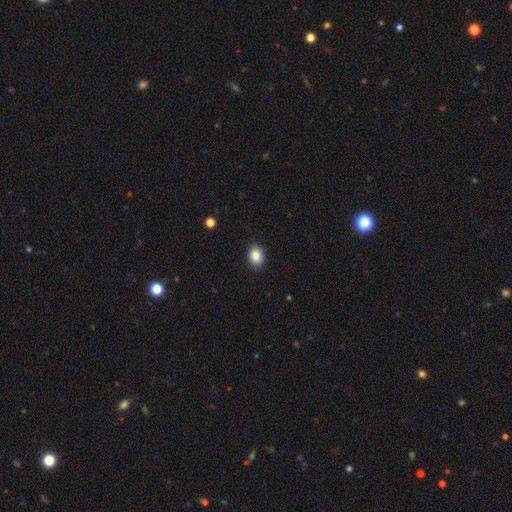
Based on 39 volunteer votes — This appears to be a smooth galaxy with no disk features (85%) that is in between round and cigar-shaped (70%). Merging: none (89%).